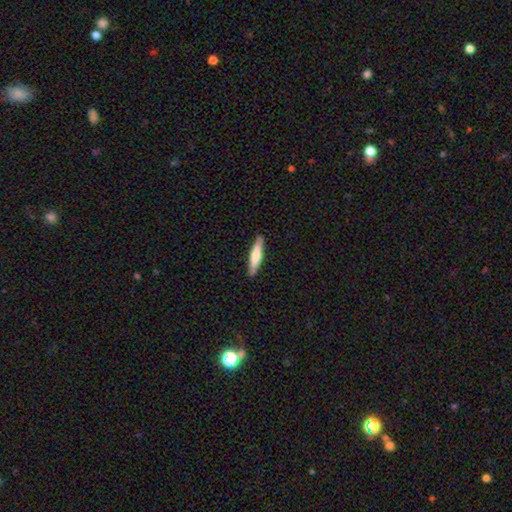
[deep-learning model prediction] Smooth or featured: smooth — 66% (featured or disk — 29%)
How rounded: cigar-shaped — 87% (in between — 11%)
Merging: none — 89% (minor disturbance — 8%)